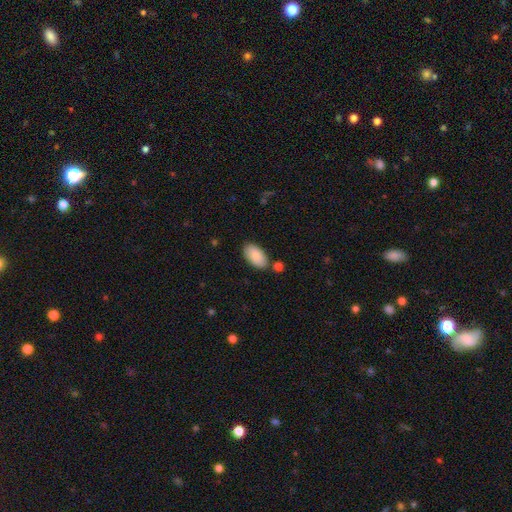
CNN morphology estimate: Overall: smooth (85%). How rounded: in between (95%). Merging: none (80%).